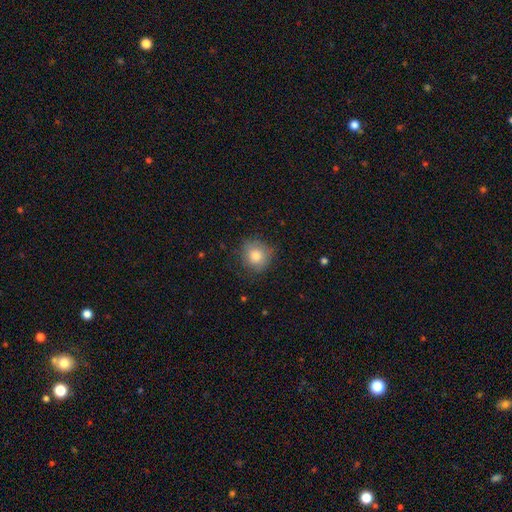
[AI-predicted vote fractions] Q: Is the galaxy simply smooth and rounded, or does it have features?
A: smooth — 81%.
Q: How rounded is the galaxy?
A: round — 84%.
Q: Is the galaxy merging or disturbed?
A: none — 72%.